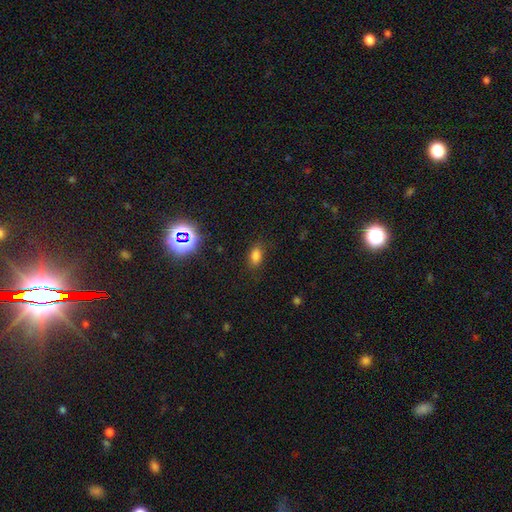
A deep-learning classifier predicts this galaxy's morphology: Smooth or featured: smooth — 76% (star or artifact — 18%)
How rounded: in between — 86% (round — 10%)
Merging: none — 81% (minor disturbance — 13%)